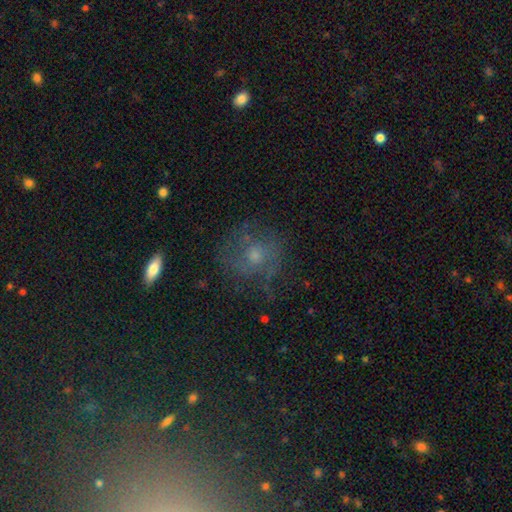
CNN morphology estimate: Smooth or featured?
  - featured or disk: 45% *
  - smooth: 38%
  - star or artifact: 17%
Merging?
  - none: 64% *
  - minor disturbance: 19%
  - major disturbance: 15%
  - merger: 2%